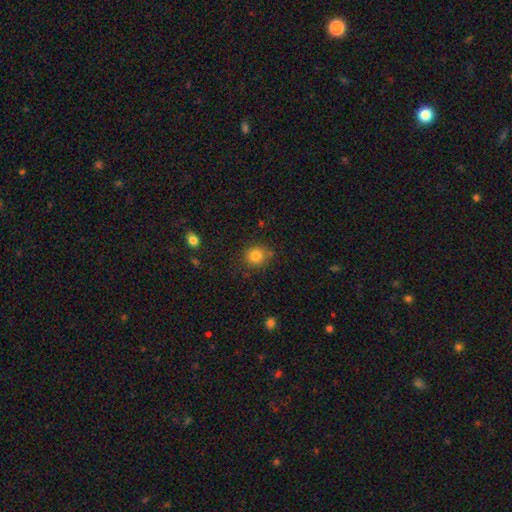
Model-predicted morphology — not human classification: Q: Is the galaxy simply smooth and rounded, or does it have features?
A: smooth — 82%.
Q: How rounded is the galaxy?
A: round — 88%.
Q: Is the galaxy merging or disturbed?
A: none — 82%.